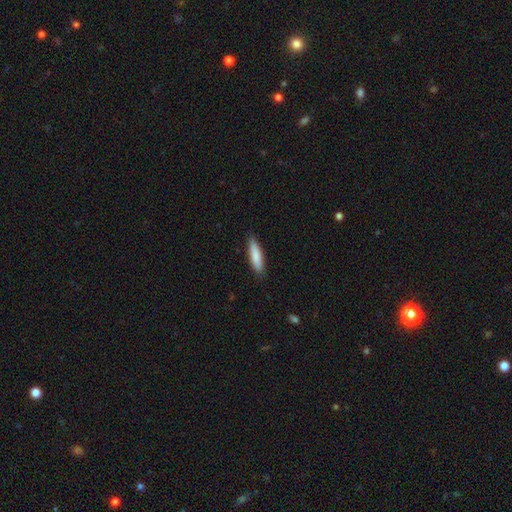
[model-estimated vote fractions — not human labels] Smooth or featured? Predicted: smooth (p=0.83). How rounded? Predicted: cigar-shaped (p=0.75). Merging? Predicted: none (p=0.87).